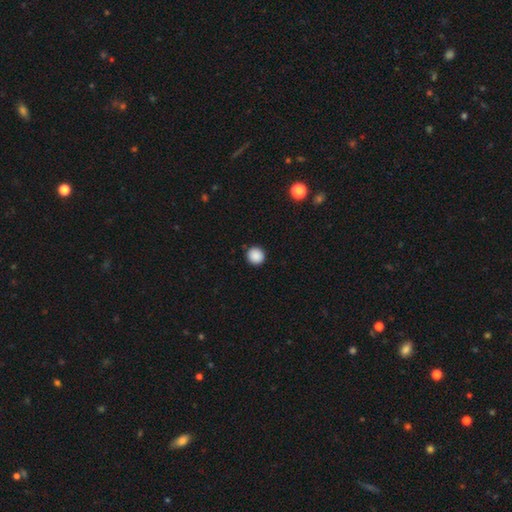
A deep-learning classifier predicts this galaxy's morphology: Smooth or featured?
  - smooth: 89% *
  - star or artifact: 9%
  - featured or disk: 2%
How rounded?
  - round: 95% *
  - in between: 4%
  - cigar-shaped: 1%
Merging?
  - none: 93% *
  - minor disturbance: 5%
  - major disturbance: 2%
  - merger: 1%